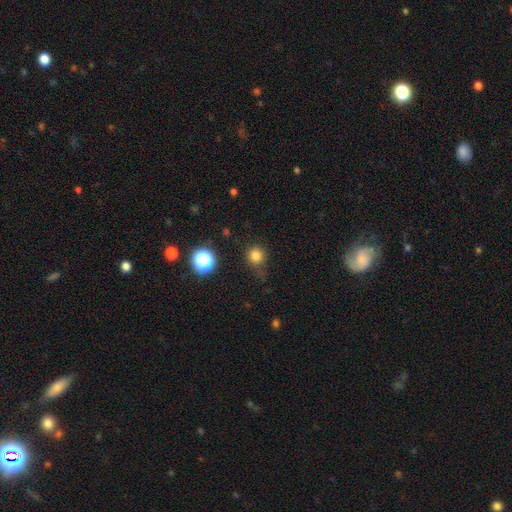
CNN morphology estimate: Smooth or featured?
  - smooth: 79% *
  - star or artifact: 16%
  - featured or disk: 5%
How rounded?
  - round: 92% *
  - in between: 7%
  - cigar-shaped: 1%
Merging?
  - none: 76% *
  - minor disturbance: 17%
  - major disturbance: 5%
  - merger: 2%